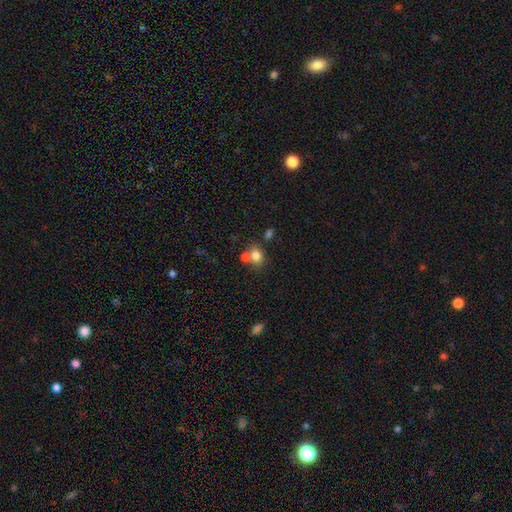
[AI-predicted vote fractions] Smooth or featured? smooth (79%)
How rounded? round (52%)
Merging? none (54%)